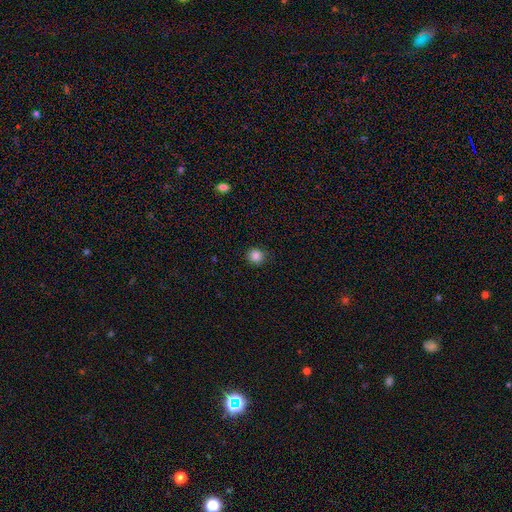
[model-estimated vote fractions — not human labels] A smooth galaxy with no disk features (85%) that is round (91%). Merging: none (88%).